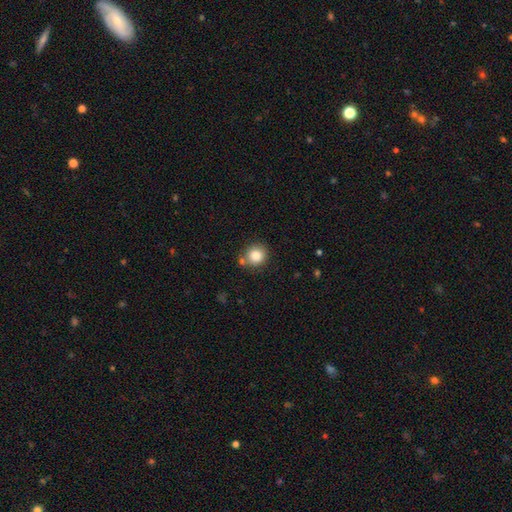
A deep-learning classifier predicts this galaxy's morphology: Smooth or featured?
  - smooth: 84% *
  - star or artifact: 10%
  - featured or disk: 6%
How rounded?
  - round: 88% *
  - in between: 11%
  - cigar-shaped: 1%
Merging?
  - none: 76% *
  - minor disturbance: 11%
  - merger: 10%
  - major disturbance: 3%